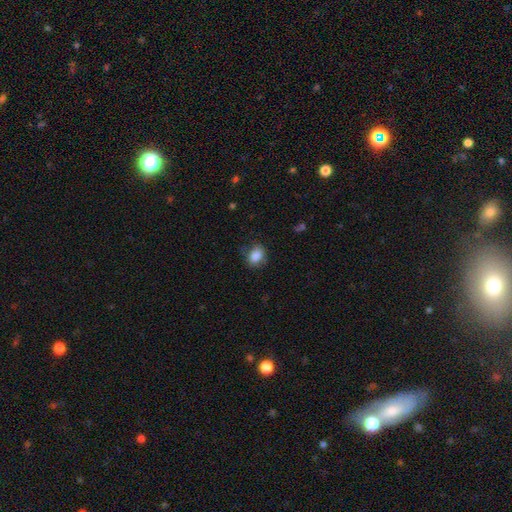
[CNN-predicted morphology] Smooth or featured?
  - smooth: 86% *
  - star or artifact: 9%
  - featured or disk: 6%
How rounded?
  - in between: 61% *
  - round: 38%
  - cigar-shaped: 1%
Merging?
  - none: 70% *
  - minor disturbance: 22%
  - major disturbance: 6%
  - merger: 1%